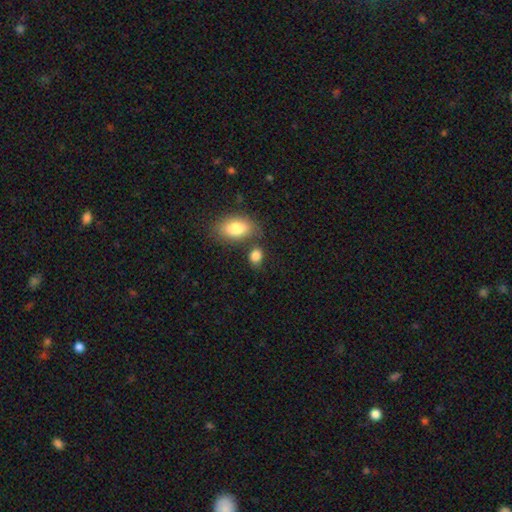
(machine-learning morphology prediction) This appears to be a smooth galaxy with no disk features (85%) that is in between round and cigar-shaped (66%). Merging: none (65%).